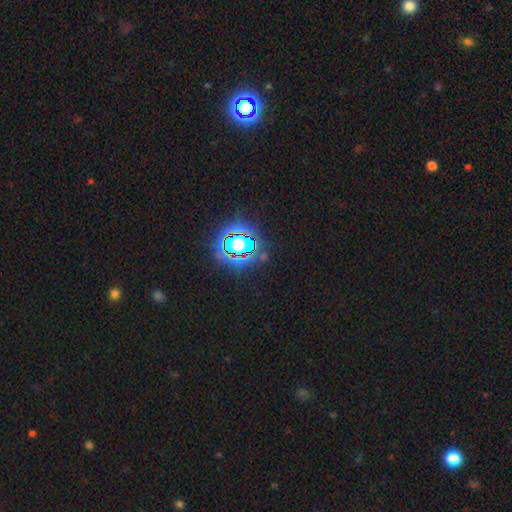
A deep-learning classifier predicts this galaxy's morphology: Smooth or featured? Predicted: star or artifact (p=0.82).